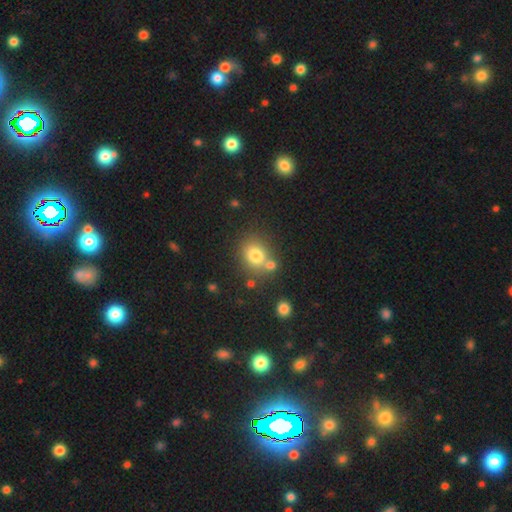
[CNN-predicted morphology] smooth 77%, star or artifact 13%, featured or disk 11%. Down the decision tree: how rounded — round (64%); merging — none (62%).